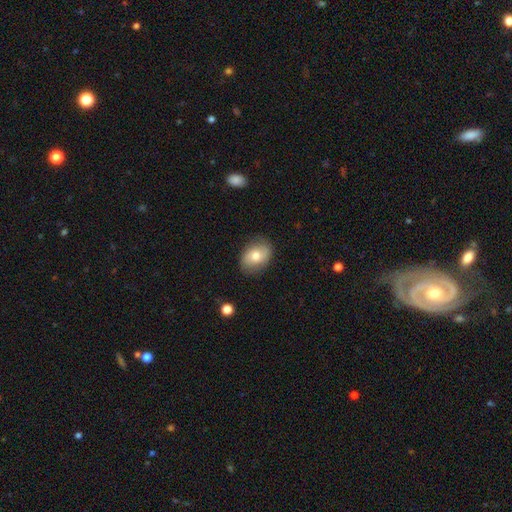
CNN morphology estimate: This is likely a smooth galaxy (71%). How rounded: likely in between (76%). Merging: clearly none (81%).